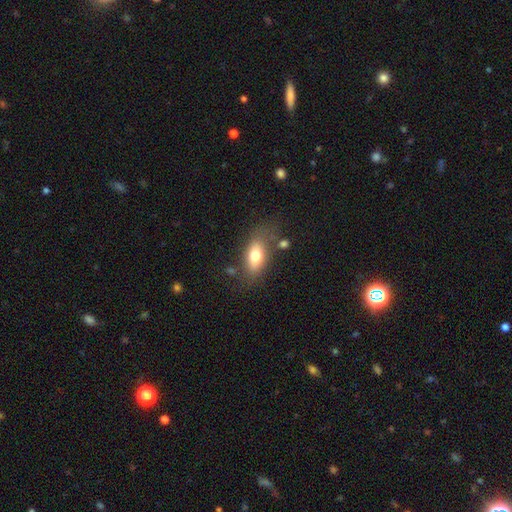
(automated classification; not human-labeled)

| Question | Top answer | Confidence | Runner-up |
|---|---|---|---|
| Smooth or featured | smooth | 73% | featured or disk (19%) |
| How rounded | in between | 86% | cigar-shaped (7%) |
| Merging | none | 66% | minor disturbance (19%) |